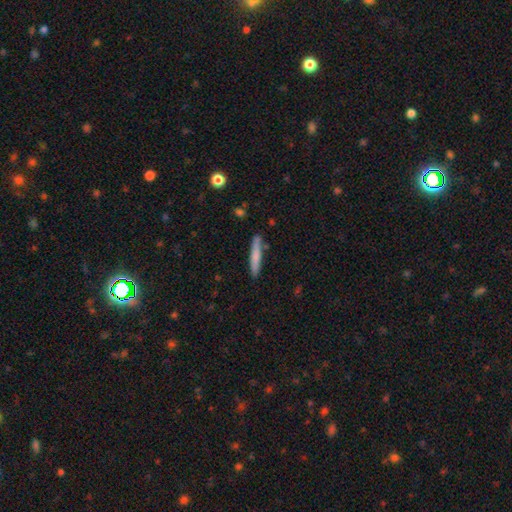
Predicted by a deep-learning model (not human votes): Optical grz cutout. It shows a smooth galaxy with no disk features (73%) that is cigar-shaped (94%). Merging: none (84%).